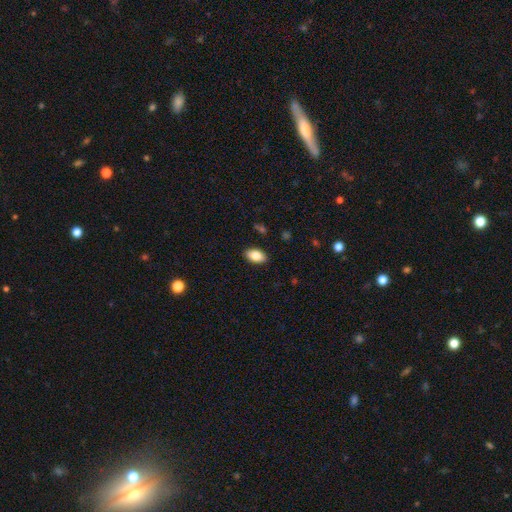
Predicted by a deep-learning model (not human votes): Smooth or featured?
  - smooth: 84% *
  - featured or disk: 9%
  - star or artifact: 7%
How rounded?
  - in between: 93% *
  - round: 5%
  - cigar-shaped: 2%
Merging?
  - none: 89% *
  - minor disturbance: 8%
  - major disturbance: 2%
  - merger: 1%